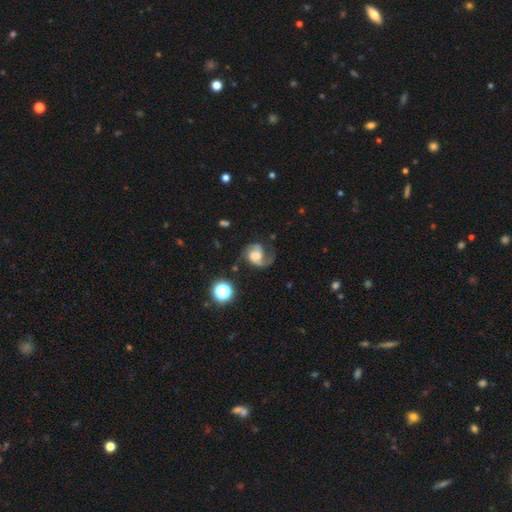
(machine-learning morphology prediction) type=featured or disk (82%); edge-on=no (98%); bar=no (53%); spiral arms=yes (96%); winding=medium (53%); arm count=2 (87%); bulge=large (35%); merging=none (63%).